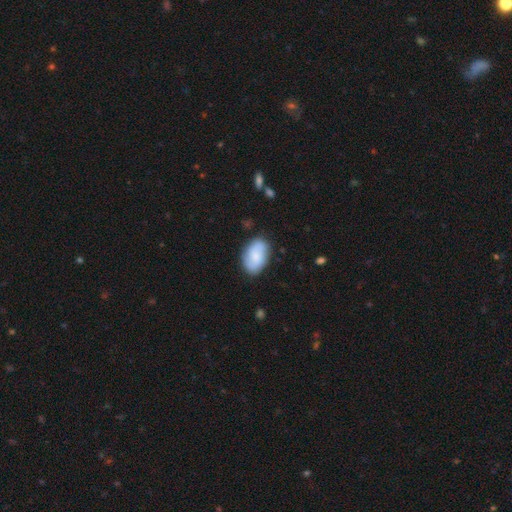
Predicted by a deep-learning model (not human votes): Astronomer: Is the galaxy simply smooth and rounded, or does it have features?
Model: smooth — 69%.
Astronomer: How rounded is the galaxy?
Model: in between — 91%.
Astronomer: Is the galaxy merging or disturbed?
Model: none — 82%.